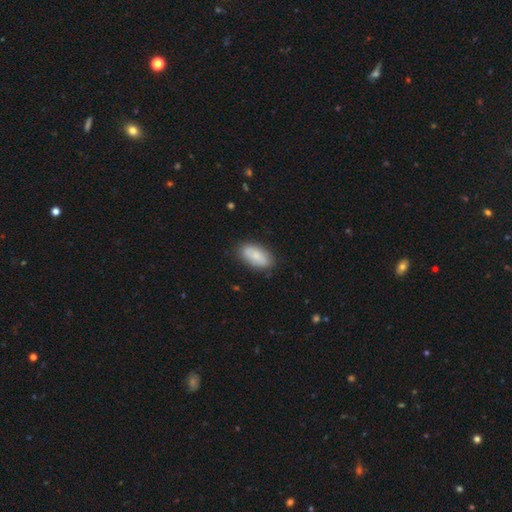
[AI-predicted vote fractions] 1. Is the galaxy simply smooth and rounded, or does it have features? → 80% smooth, 13% featured or disk, 6% star or artifact.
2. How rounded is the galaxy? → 90% in between, 7% cigar-shaped, 3% round.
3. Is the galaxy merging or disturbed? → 81% none, 14% minor disturbance, 3% major disturbance, 2% merger.